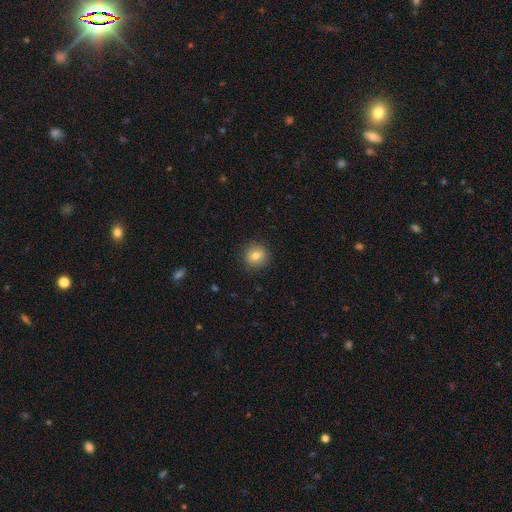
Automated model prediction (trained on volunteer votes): Morphology: type=smooth (79%); roundness=round (88%); merging=none (89%).